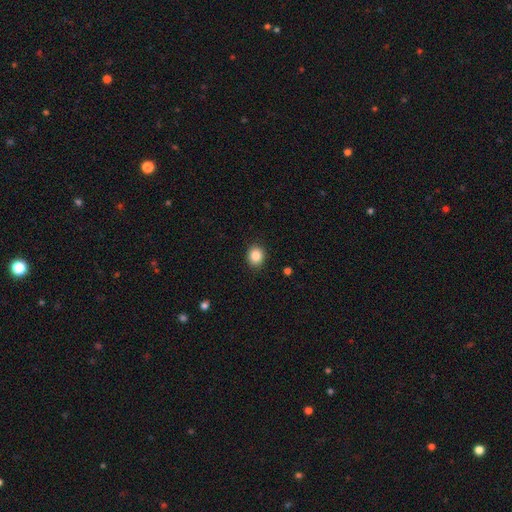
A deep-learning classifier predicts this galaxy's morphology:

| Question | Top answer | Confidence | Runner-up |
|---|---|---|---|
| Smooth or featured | smooth | 87% | star or artifact (9%) |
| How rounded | round | 73% | in between (27%) |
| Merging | none | 90% | minor disturbance (7%) |